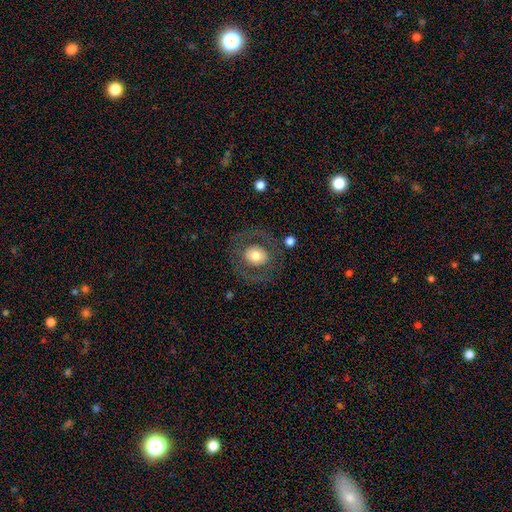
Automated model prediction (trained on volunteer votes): Morphology: type=smooth (54%); roundness=round (77%); merging=none (79%).